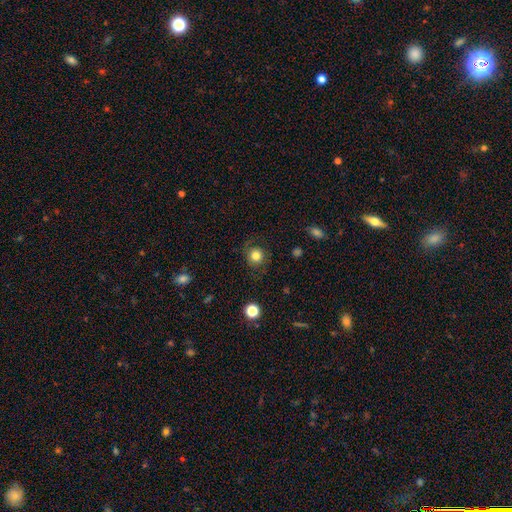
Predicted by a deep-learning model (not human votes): Smooth or featured? Predicted: smooth (p=0.80). How rounded? Predicted: round (p=0.91). Merging? Predicted: none (p=0.79).